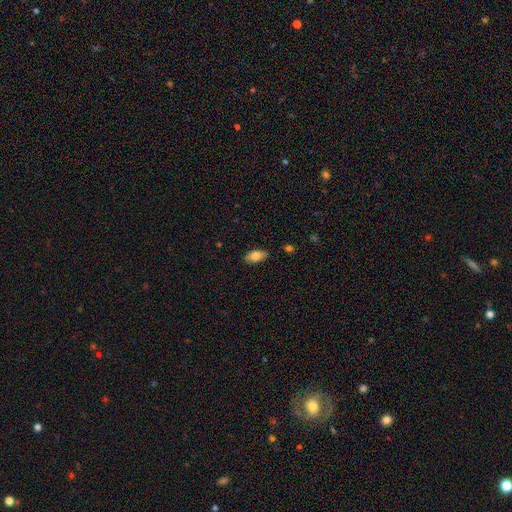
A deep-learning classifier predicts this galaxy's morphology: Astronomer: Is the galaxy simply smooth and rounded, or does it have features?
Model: smooth — 78%.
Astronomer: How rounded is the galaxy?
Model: in between — 90%.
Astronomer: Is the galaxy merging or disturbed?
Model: none — 84%.